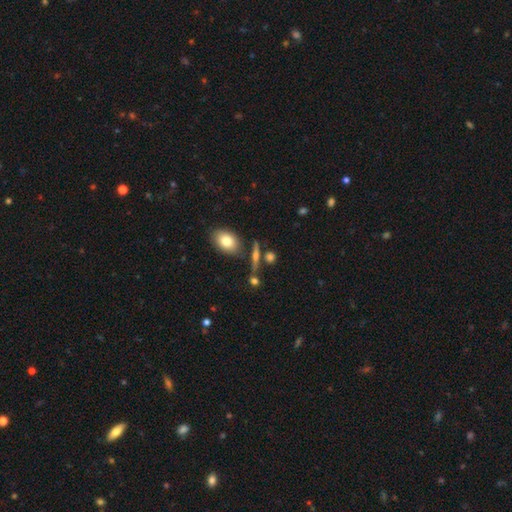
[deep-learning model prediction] Smooth or featured: smooth — 50% (featured or disk — 37%)
Merging: none — 72% (merger — 12%)